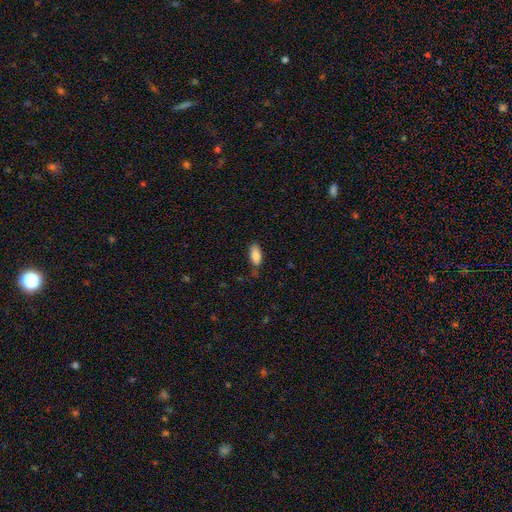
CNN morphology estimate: The model was most divided on "merging": none: 71%, minor disturbance: 21%, major disturbance: 5%, merger: 3%. More confident: how rounded — in between (86%); smooth or featured — smooth (85%).